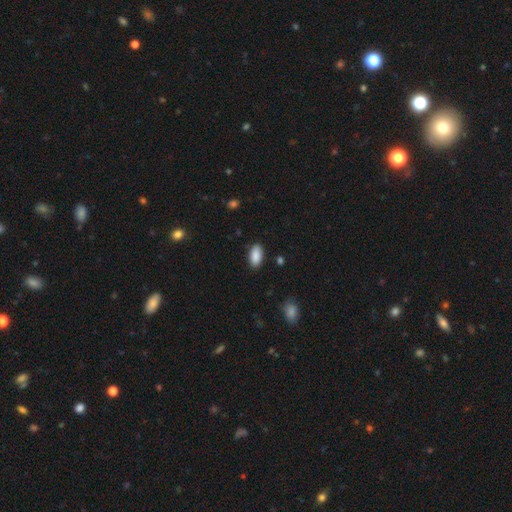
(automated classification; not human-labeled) Smooth or featured? Predicted: smooth (p=0.89). How rounded? Predicted: in between (p=0.93). Merging? Predicted: none (p=0.86).